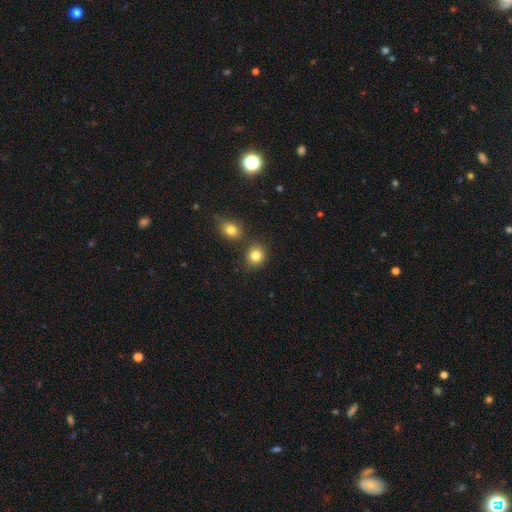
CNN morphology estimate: Smooth or featured: smooth — 83% (star or artifact — 12%)
How rounded: round — 82% (in between — 17%)
Merging: none — 77% (merger — 11%)